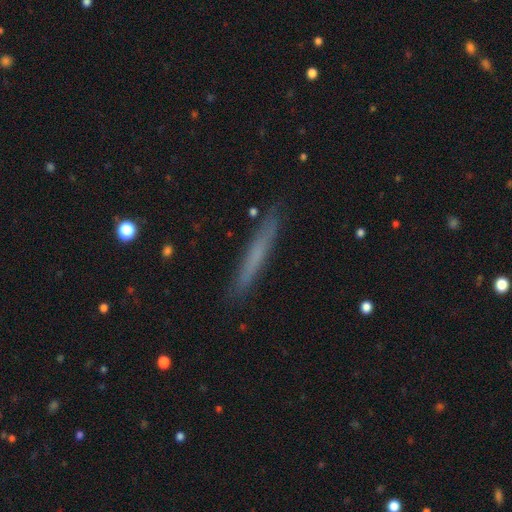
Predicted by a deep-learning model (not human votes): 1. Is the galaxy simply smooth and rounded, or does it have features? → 53% smooth, 38% featured or disk, 10% star or artifact.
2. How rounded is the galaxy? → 95% cigar-shaped, 3% in between, 1% round.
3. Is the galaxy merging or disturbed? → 87% none, 9% minor disturbance, 2% major disturbance, 1% merger.